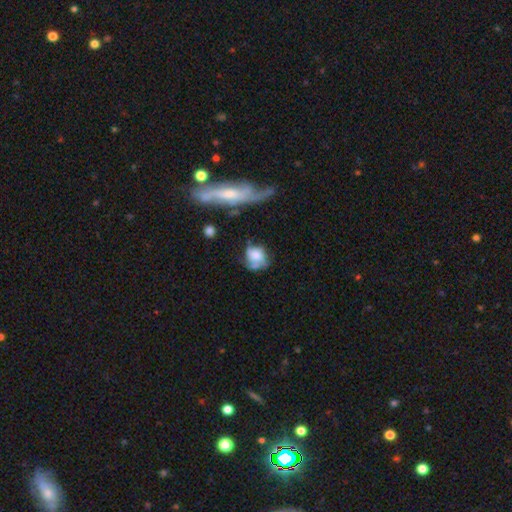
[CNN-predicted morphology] smooth-or-featured: smooth: 57% | featured or disk: 35% | star or artifact: 8%
  how-rounded: round: 57% | in between: 41% | cigar-shaped: 2%
  merging: none: 34% | minor disturbance: 25% | major disturbance: 25% | merger: 16%